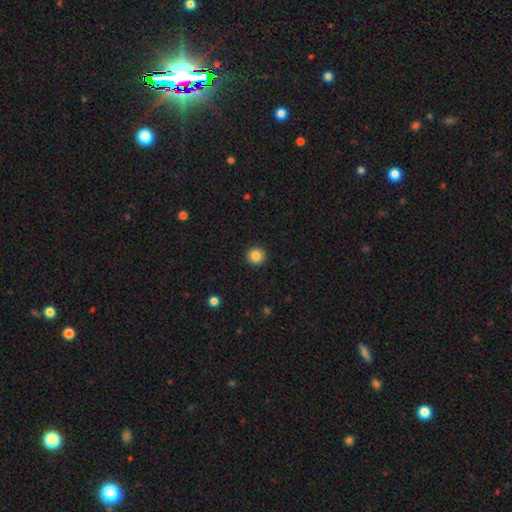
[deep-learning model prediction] A smooth galaxy with no disk features (85%) that is round (94%). Merging: none (93%).